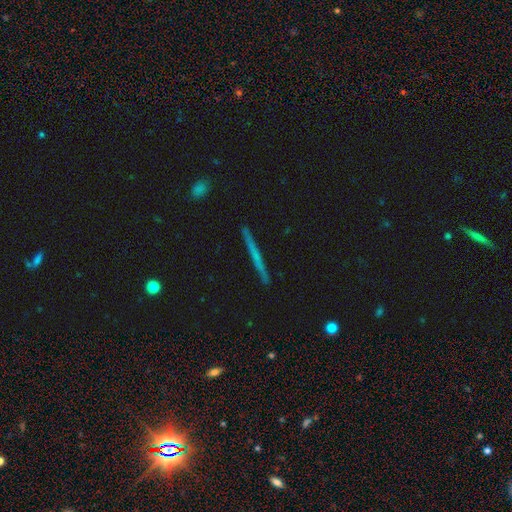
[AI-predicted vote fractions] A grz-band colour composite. It shows a featured or disk galaxy (52%) viewed edge-on (97%). Merging: none (91%).